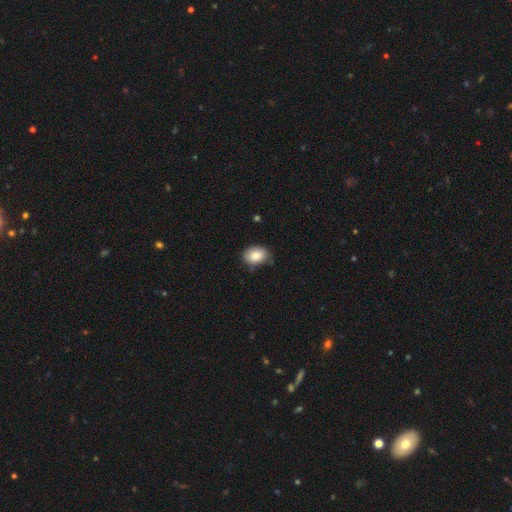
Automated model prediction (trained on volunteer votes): smooth 85%, star or artifact 8%, featured or disk 7%. Down the decision tree: how rounded — in between (78%); merging — none (76%).